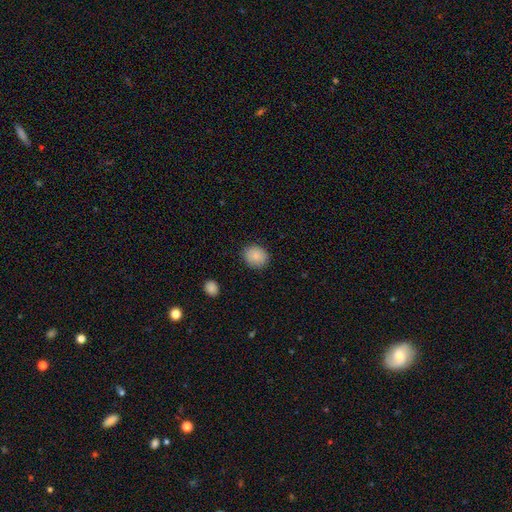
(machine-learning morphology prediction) A smooth galaxy with no disk features (87%) that is round (73%). Merging: none (88%).